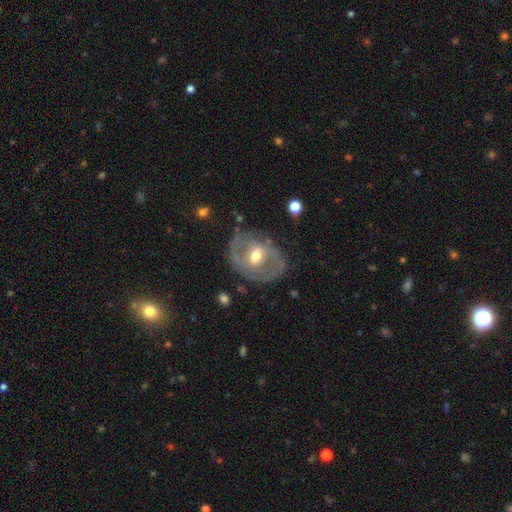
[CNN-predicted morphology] A featured or disk galaxy (69%) with a weak bar (45%), spiral arms (52%) and a moderate central bulge (72%). Merging: none (70%).